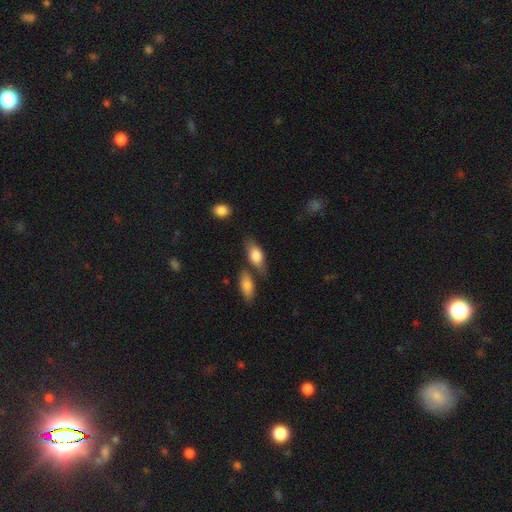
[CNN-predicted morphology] A smooth galaxy with no disk features (75%) that is in between round and cigar-shaped (83%).

Vote fractions:
- Smooth or featured? smooth: 75% / featured or disk: 19% / star or artifact: 6%
- How rounded? in between: 83% / cigar-shaped: 12% / round: 5%
- Merging? none: 59% / merger: 20% / minor disturbance: 16% / major disturbance: 5%